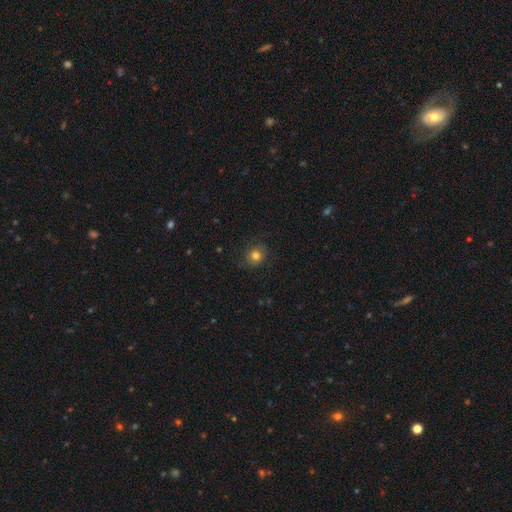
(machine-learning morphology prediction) Smooth or featured? Predicted: smooth (p=0.78). How rounded? Predicted: round (p=0.72). Merging? Predicted: none (p=0.81).